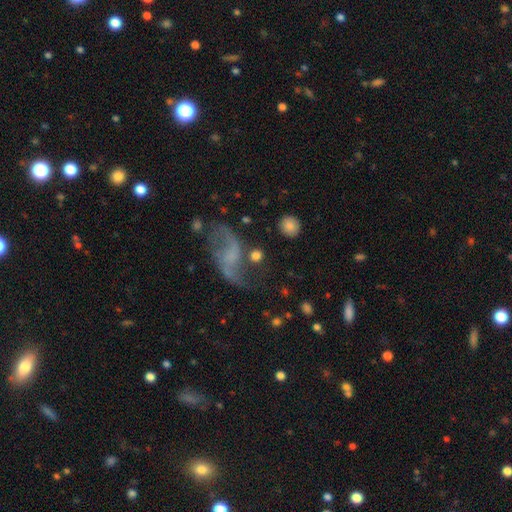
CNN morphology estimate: Smooth or featured? featured or disk (52%)
Edge-on disk? no (96%)
Merging? none (57%)